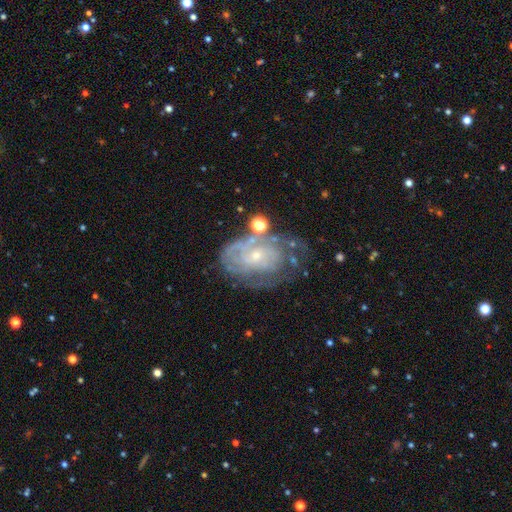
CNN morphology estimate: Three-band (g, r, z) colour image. It shows a featured or disk galaxy (78%) with no bar (76%), tight (67%) spiral arms (83%) and a small central bulge (75%). Merging: none (49%).